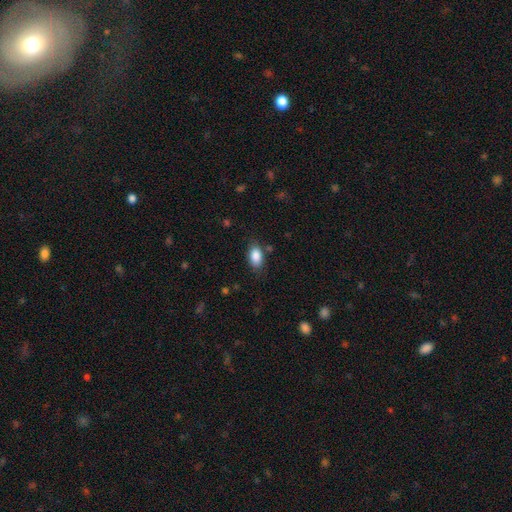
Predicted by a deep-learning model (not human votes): Q: Smooth or featured?
A: smooth (87%); runner-up: star or artifact (8%)
Q: How rounded?
A: in between (91%); runner-up: round (6%)
Q: Merging?
A: none (79%); runner-up: minor disturbance (14%)